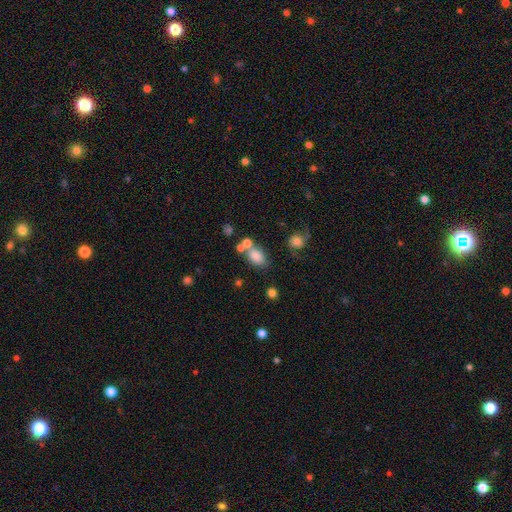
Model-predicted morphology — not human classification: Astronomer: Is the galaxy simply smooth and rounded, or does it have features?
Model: smooth — 79%.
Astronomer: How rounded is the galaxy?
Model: in between — 74%.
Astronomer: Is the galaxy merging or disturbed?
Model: none — 54%.